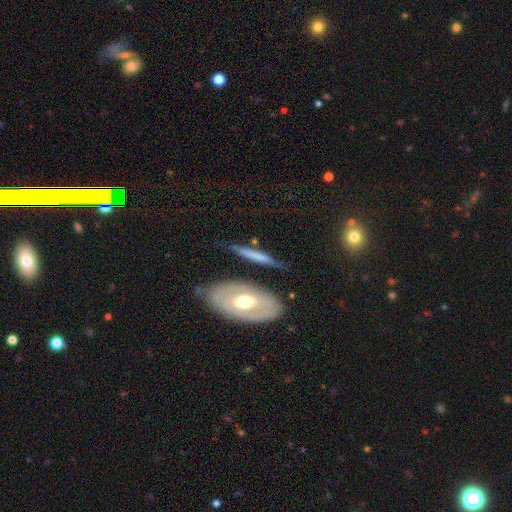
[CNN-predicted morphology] type=featured or disk (50%); merging=none (71%).